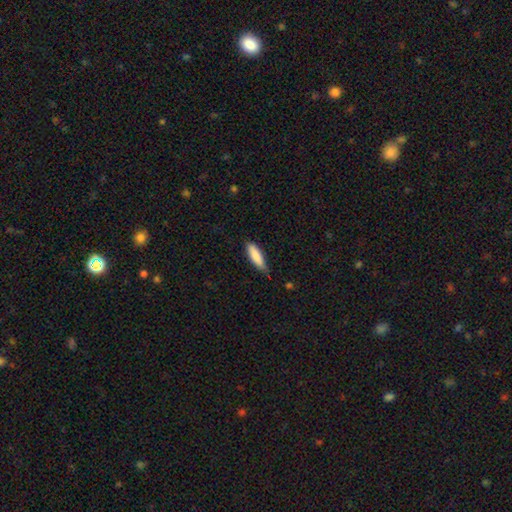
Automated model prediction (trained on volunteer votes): This appears to be a smooth galaxy with no disk features (85%) that is cigar-shaped (55%). Merging: none (67%).